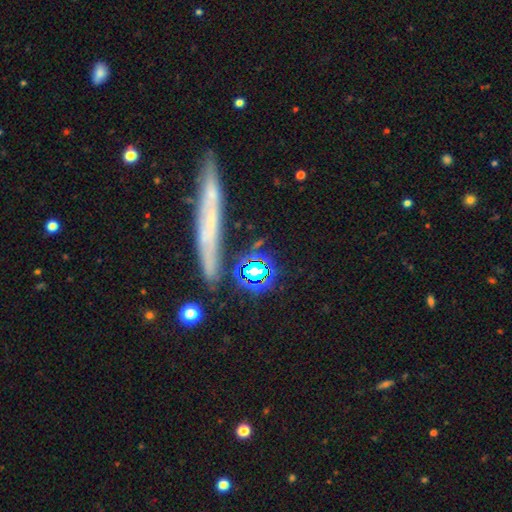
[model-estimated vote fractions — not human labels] A featured or disk galaxy (47%). Merging: none (79%).